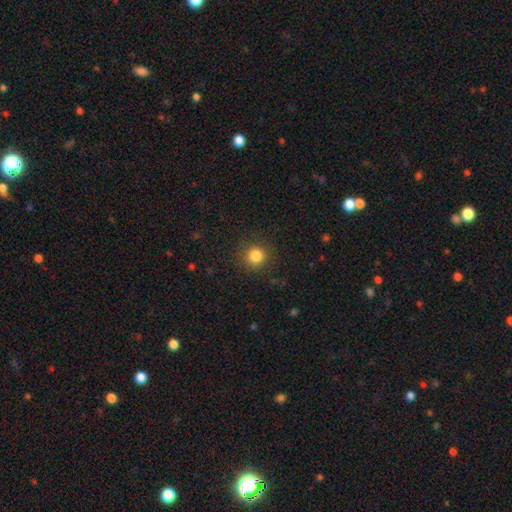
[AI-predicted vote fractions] Smooth or featured?
  - smooth: 83% *
  - star or artifact: 12%
  - featured or disk: 5%
How rounded?
  - round: 94% *
  - in between: 5%
  - cigar-shaped: 1%
Merging?
  - none: 88% *
  - minor disturbance: 7%
  - major disturbance: 3%
  - merger: 1%